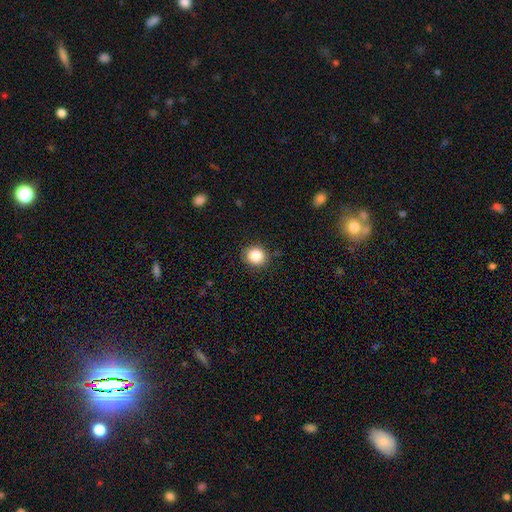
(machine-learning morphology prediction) smooth 87%, star or artifact 10%, featured or disk 4%. Down the decision tree: how rounded — round (83%); merging — none (87%).